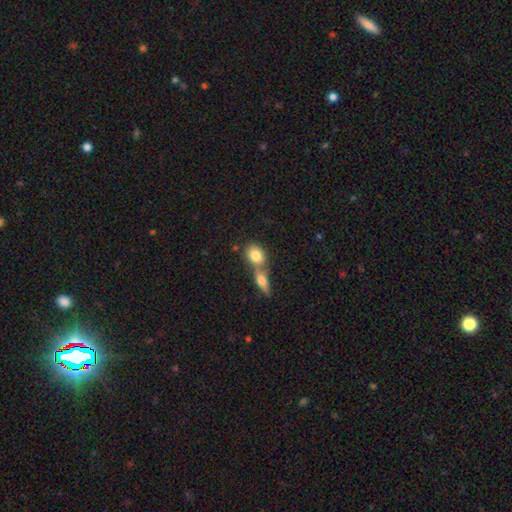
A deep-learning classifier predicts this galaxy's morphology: smooth-or-featured: smooth: 80% | featured or disk: 13% | star or artifact: 7%
  how-rounded: in between: 60% | round: 36% | cigar-shaped: 4%
  merging: merger: 55% | none: 35% | minor disturbance: 8% | major disturbance: 3%